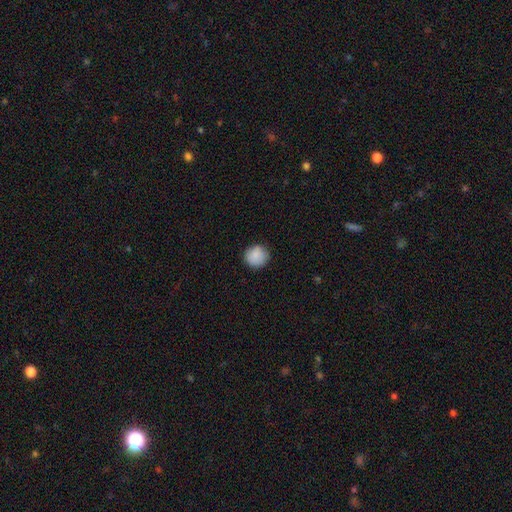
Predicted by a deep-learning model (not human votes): A smooth galaxy with no disk features (87%) that is round (92%). Merging: none (87%).